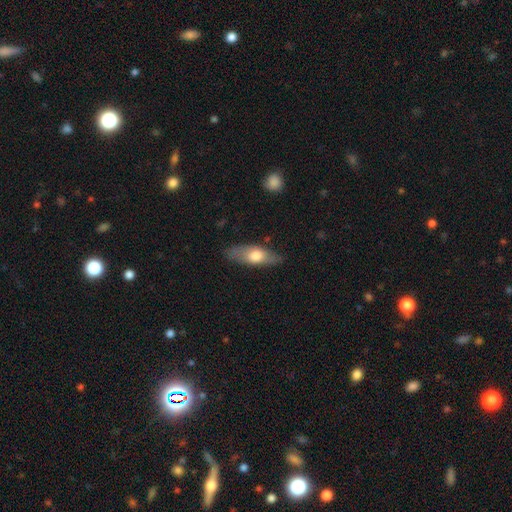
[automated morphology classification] Q: Smooth or featured?
A: smooth (60%); runner-up: featured or disk (34%)
Q: How rounded?
A: in between (62%); runner-up: cigar-shaped (34%)
Q: Merging?
A: none (78%); runner-up: minor disturbance (17%)